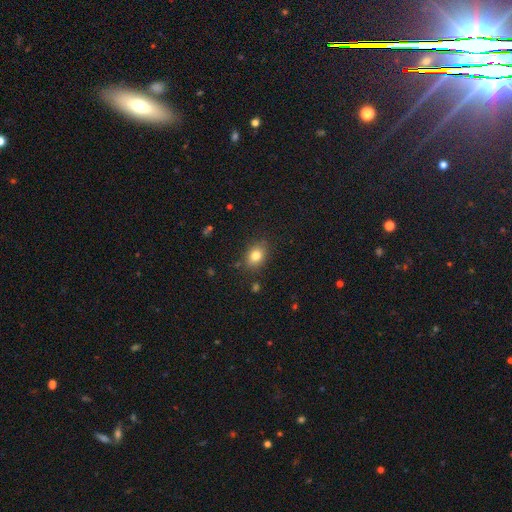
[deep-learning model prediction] Q: Smooth or featured?
A: smooth (81%); runner-up: star or artifact (10%)
Q: How rounded?
A: in between (69%); runner-up: round (30%)
Q: Merging?
A: none (83%); runner-up: minor disturbance (12%)